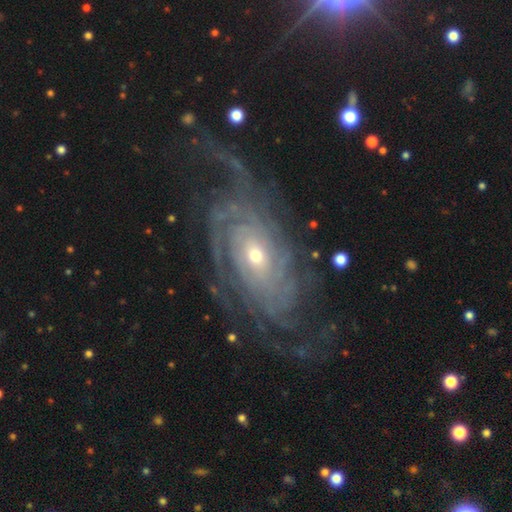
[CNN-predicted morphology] type=featured or disk (89%); edge-on=no (95%); bar=no (67%); spiral arms=yes (96%); winding=tight (71%); arm count=can't tell (31%); bulge=small (59%); merging=none (67%).